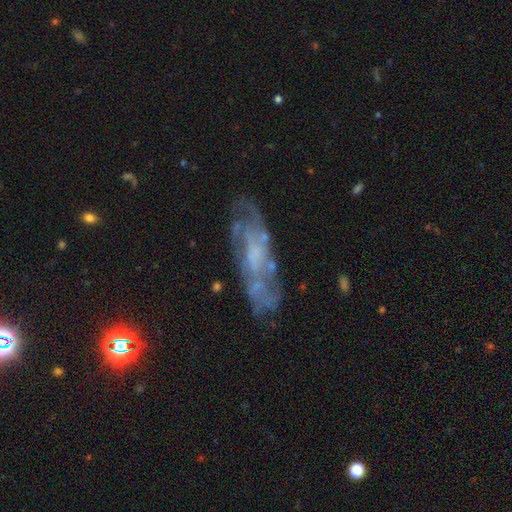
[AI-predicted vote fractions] This appears to be a featured or disk galaxy (73%) with no bar (62%), spiral arms (74%) and no central bulge (38%). Merging: none (69%).